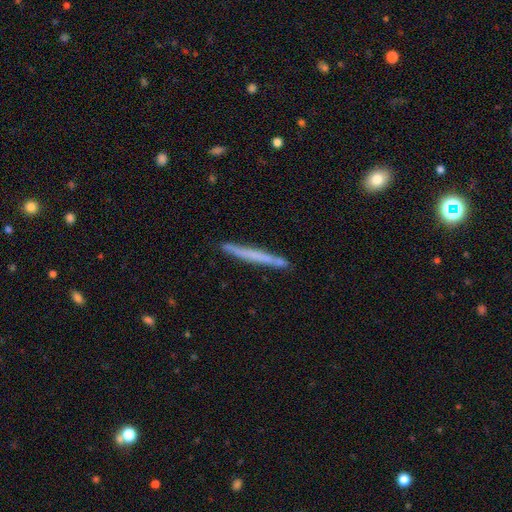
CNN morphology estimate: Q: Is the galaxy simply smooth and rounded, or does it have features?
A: smooth — 53%.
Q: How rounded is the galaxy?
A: cigar-shaped — 97%.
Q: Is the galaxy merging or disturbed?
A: none — 87%.